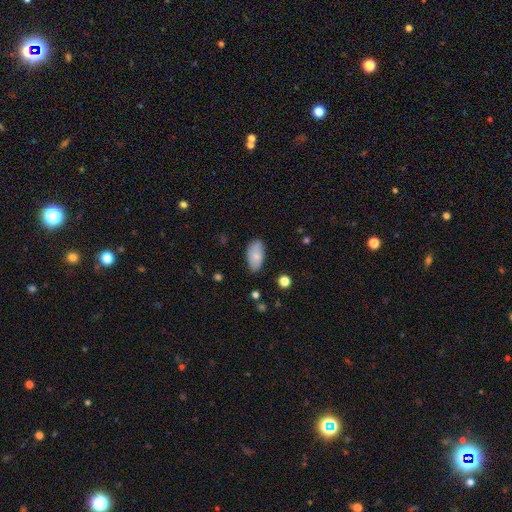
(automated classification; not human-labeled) Smooth or featured: smooth — 79% (featured or disk — 14%)
How rounded: in between — 94% (round — 3%)
Merging: none — 79% (minor disturbance — 17%)